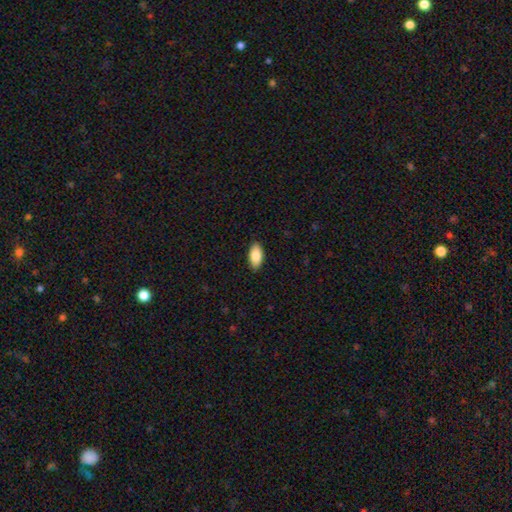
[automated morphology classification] smooth 88%, star or artifact 6%, featured or disk 6%. Down the decision tree: how rounded — in between (93%); merging — none (89%).